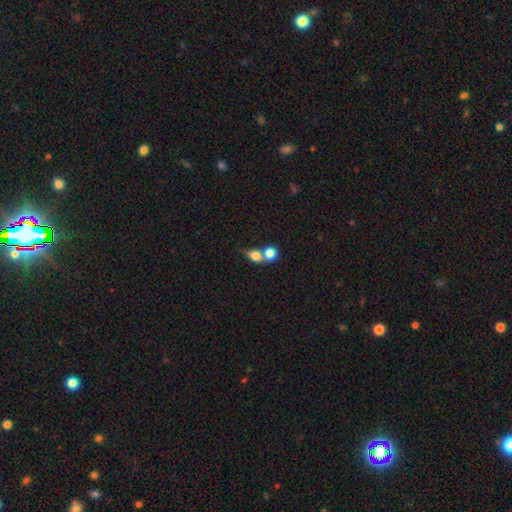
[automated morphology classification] smooth_or_featured: smooth (p=0.76) [alt: featured or disk p=0.15]
how_rounded: round (p=0.50) [alt: in between p=0.47]
merging: merger (p=0.59) [alt: none p=0.28]